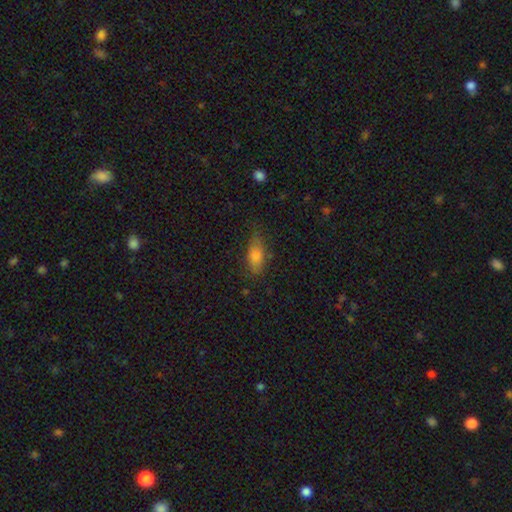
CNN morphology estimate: Smooth or featured?
  - smooth: 76% *
  - featured or disk: 14%
  - star or artifact: 10%
How rounded?
  - in between: 71% *
  - cigar-shaped: 25%
  - round: 4%
Merging?
  - none: 70% *
  - minor disturbance: 22%
  - major disturbance: 6%
  - merger: 2%